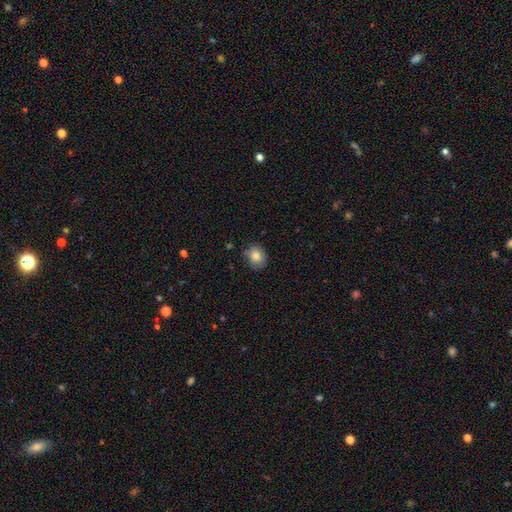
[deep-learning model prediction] Smooth or featured? Predicted: smooth (p=0.82). How rounded? Predicted: round (p=0.64). Merging? Predicted: none (p=0.79).